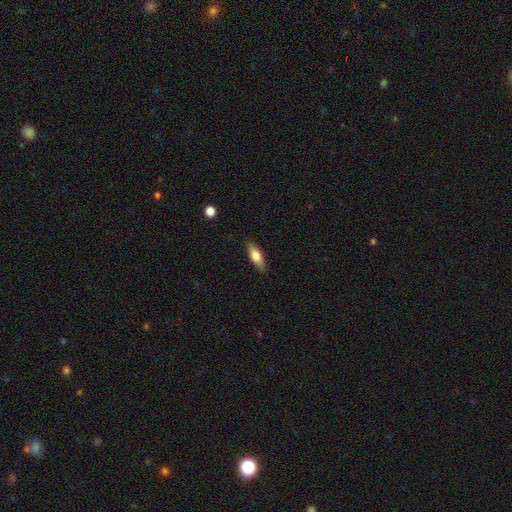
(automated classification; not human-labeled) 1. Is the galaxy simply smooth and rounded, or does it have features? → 64% smooth, 30% featured or disk, 6% star or artifact.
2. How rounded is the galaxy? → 55% in between, 42% cigar-shaped, 3% round.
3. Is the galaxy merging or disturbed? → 87% none, 10% minor disturbance, 2% major disturbance, 1% merger.